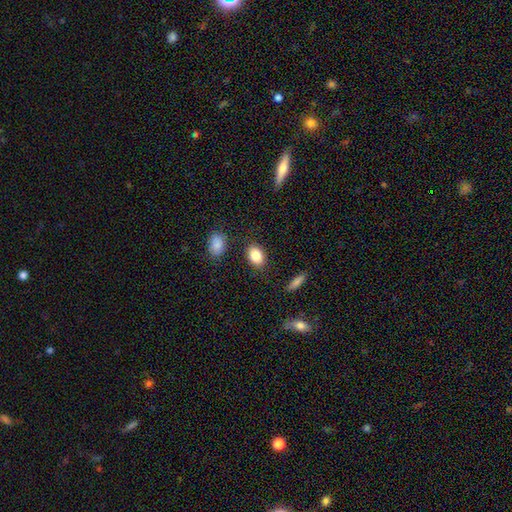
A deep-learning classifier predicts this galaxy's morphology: A smooth galaxy with no disk features (85%) that is in between round and cigar-shaped (80%). Merging: none (85%).